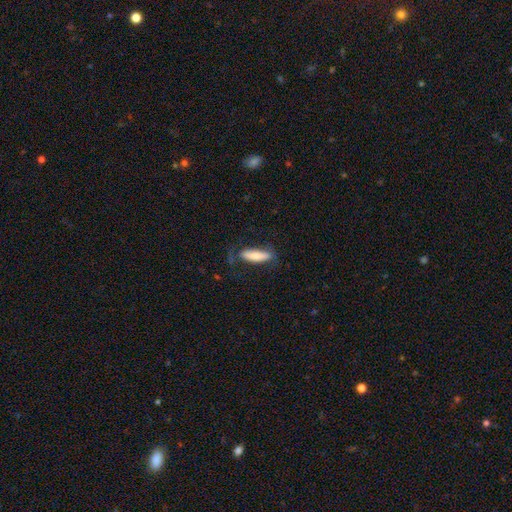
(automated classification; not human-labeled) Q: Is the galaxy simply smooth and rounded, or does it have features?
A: smooth — 76%.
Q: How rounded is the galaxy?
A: cigar-shaped — 59%.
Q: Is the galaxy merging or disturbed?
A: none — 63%.